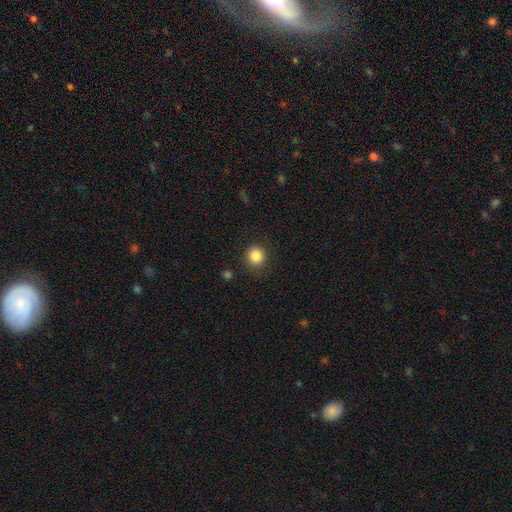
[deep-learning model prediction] This is clearly a smooth galaxy (86%). How rounded: clearly round (91%). Merging: clearly none (89%).